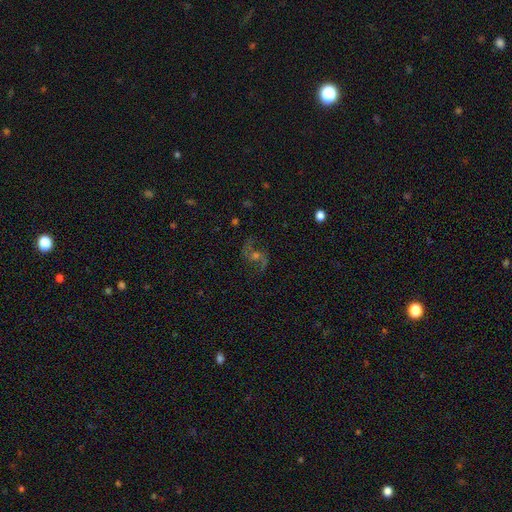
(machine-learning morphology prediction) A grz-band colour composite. It shows a featured or disk galaxy (77%) with no bar (55%), 2 (92%) loose (54%) spiral arms (95%) and a moderate central bulge (52%). Merging: none (78%).